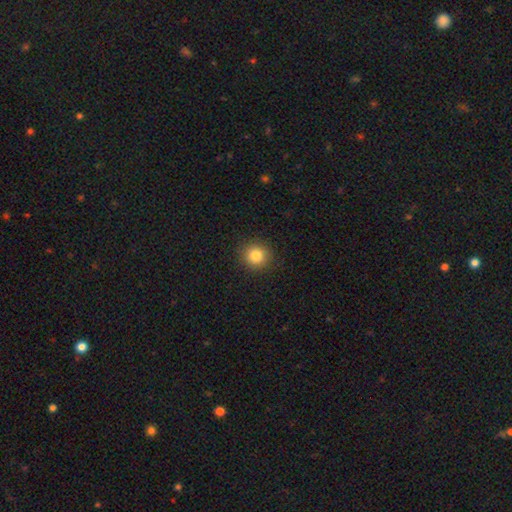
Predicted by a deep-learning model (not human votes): Q: Smooth or featured?
A: smooth (83%); runner-up: star or artifact (11%)
Q: How rounded?
A: round (90%); runner-up: in between (9%)
Q: Merging?
A: none (91%); runner-up: minor disturbance (6%)